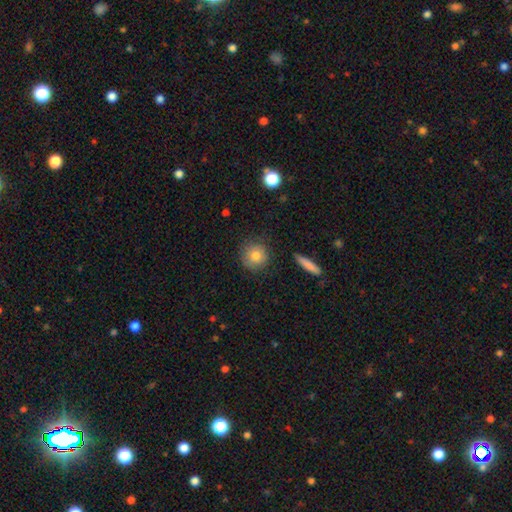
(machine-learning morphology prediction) Smooth or featured? smooth (81%)
How rounded? round (92%)
Merging? none (84%)